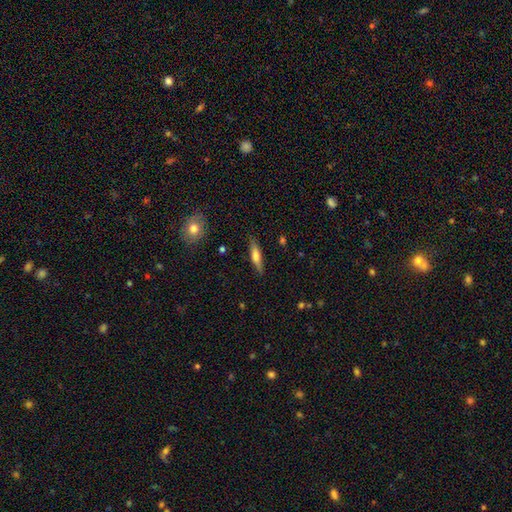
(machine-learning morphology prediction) smooth 60%, featured or disk 34%, star or artifact 6%. Down the decision tree: how rounded — cigar-shaped (79%); merging — none (86%).